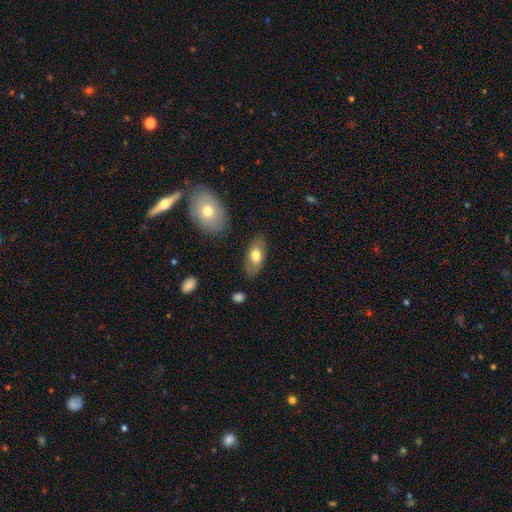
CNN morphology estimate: A smooth galaxy with no disk features (66%) that is in between round and cigar-shaped (91%). Merging: none (83%).